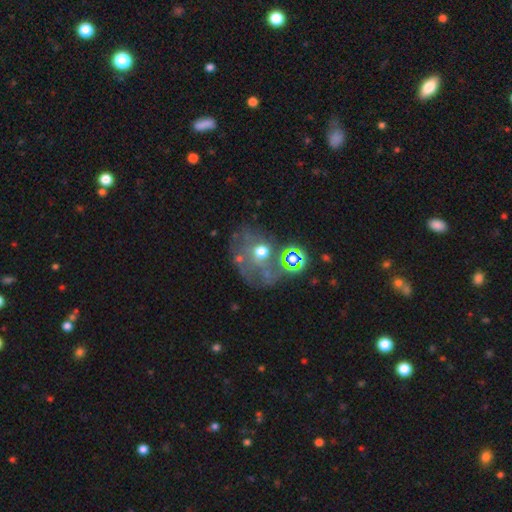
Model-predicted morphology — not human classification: The model was most divided on "smooth or featured": featured or disk: 45%, star or artifact: 30%, smooth: 25%. More confident: merging — none (52%).